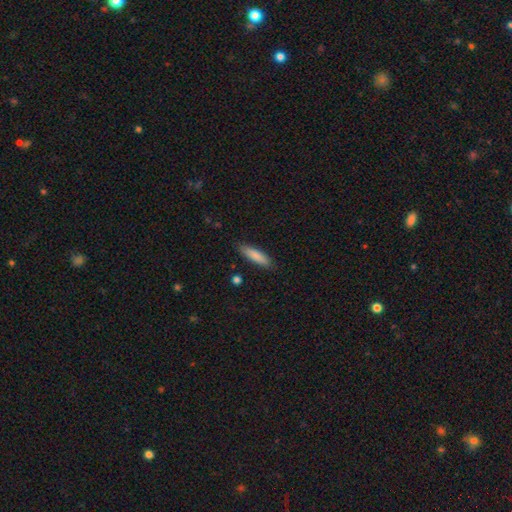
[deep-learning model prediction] Smooth or featured: smooth — 85% (featured or disk — 9%)
How rounded: cigar-shaped — 70% (in between — 28%)
Merging: none — 88% (minor disturbance — 9%)